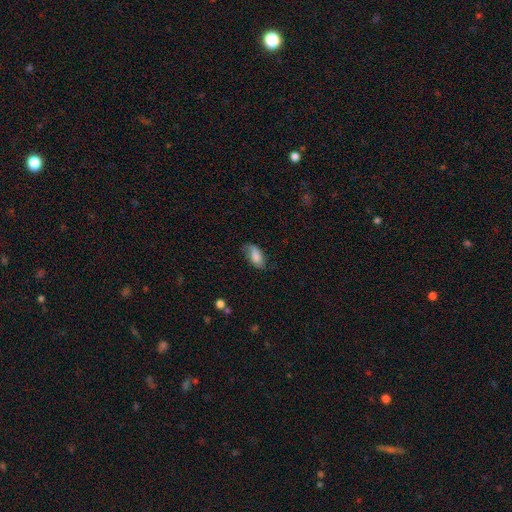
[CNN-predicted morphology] This is likely a smooth galaxy (73%). How rounded: clearly in between (91%). Merging: possibly none (56%).